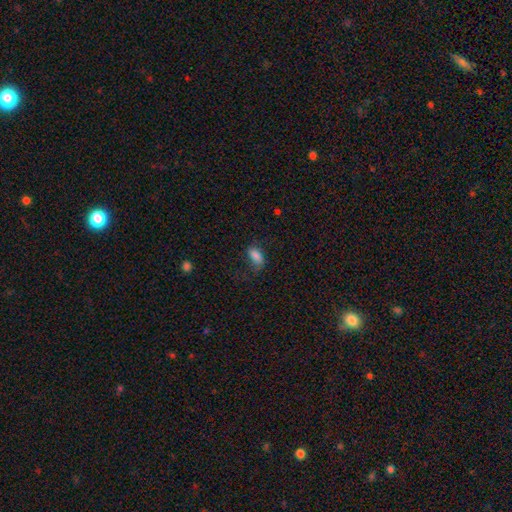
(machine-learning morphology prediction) Smooth or featured? Predicted: smooth (p=0.79). How rounded? Predicted: in between (p=0.90). Merging? Predicted: none (p=0.58).